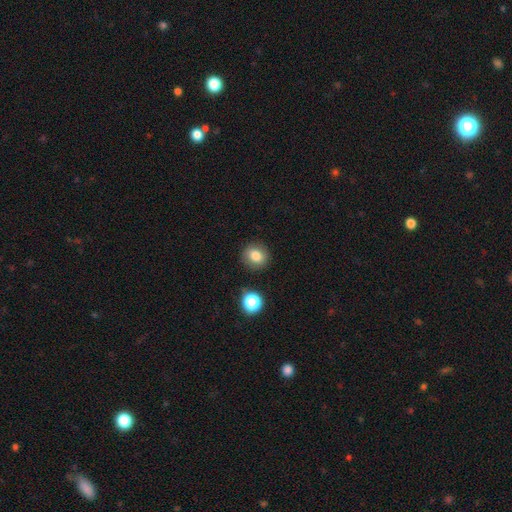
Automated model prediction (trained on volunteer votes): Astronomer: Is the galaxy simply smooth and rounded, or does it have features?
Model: smooth — 80%.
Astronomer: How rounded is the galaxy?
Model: round — 80%.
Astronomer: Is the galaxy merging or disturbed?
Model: none — 86%.